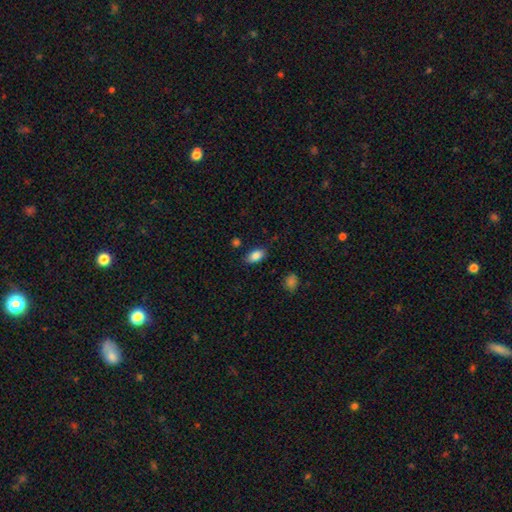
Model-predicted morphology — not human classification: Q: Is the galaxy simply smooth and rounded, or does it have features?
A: smooth — 85%.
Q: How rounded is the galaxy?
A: in between — 91%.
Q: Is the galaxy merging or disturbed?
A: none — 82%.